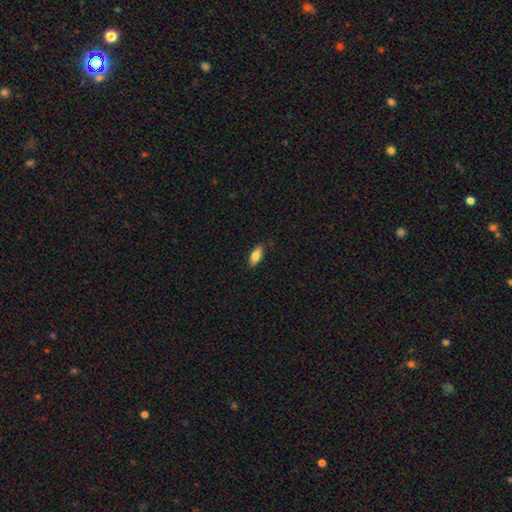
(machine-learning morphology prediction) Smooth or featured: smooth — 80% (featured or disk — 14%)
How rounded: in between — 81% (cigar-shaped — 17%)
Merging: none — 86% (minor disturbance — 11%)